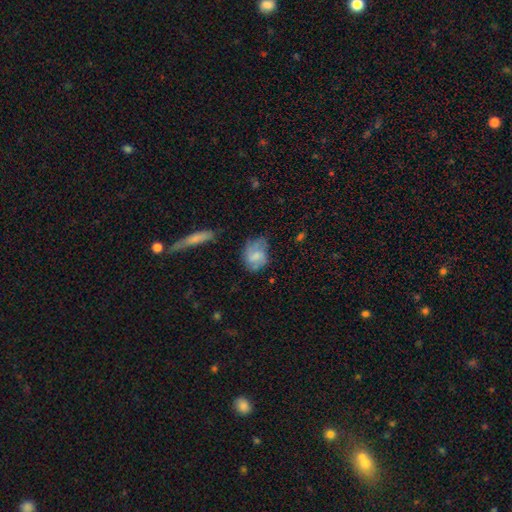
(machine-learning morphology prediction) A smooth galaxy with no disk features (59%) that is in between round and cigar-shaped (61%).

Vote fractions:
- Smooth or featured? smooth: 59% / featured or disk: 34% / star or artifact: 8%
- How rounded? in between: 61% / round: 38% / cigar-shaped: 2%
- Merging? none: 54% / minor disturbance: 30% / major disturbance: 13% / merger: 3%